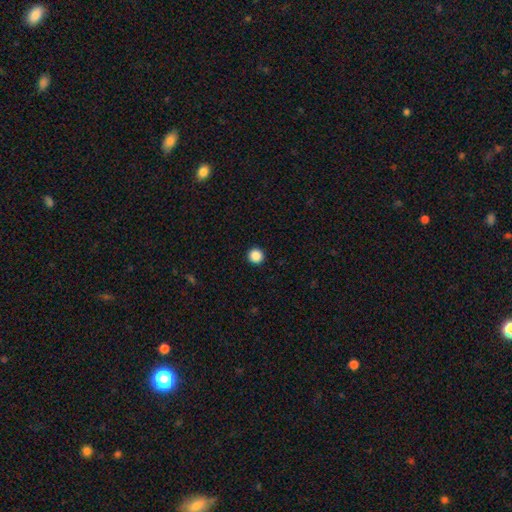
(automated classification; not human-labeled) Smooth or featured: smooth — 88% (star or artifact — 10%)
How rounded: round — 96% (in between — 3%)
Merging: none — 94% (minor disturbance — 4%)